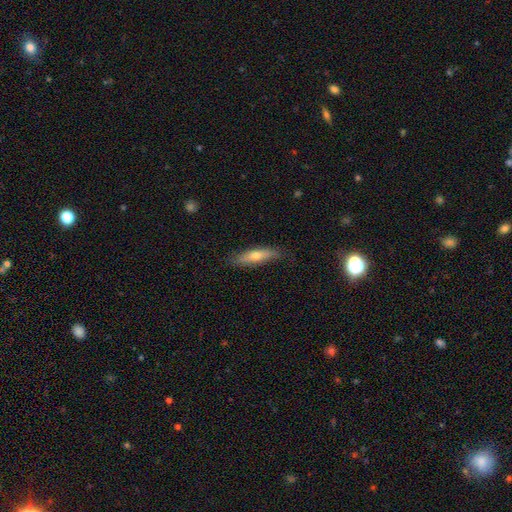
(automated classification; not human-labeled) Morphology: type=smooth (55%); roundness=cigar-shaped (77%); merging=none (79%).